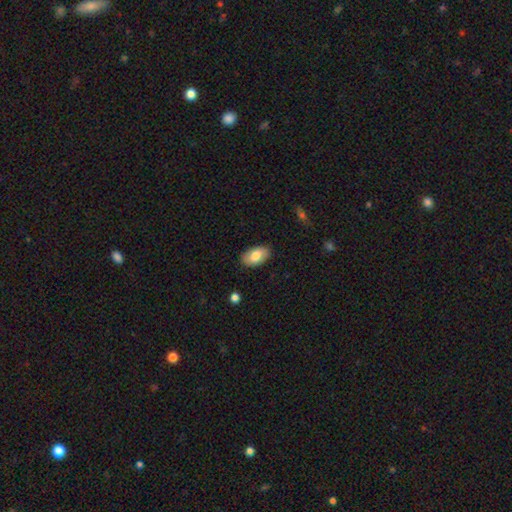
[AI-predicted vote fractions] Smooth or featured? smooth (77%)
How rounded? in between (94%)
Merging? none (87%)